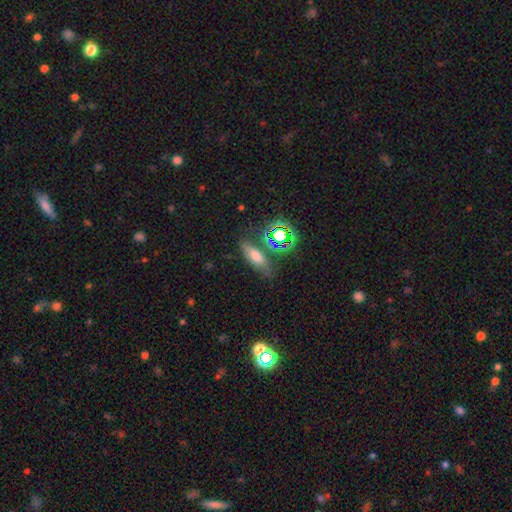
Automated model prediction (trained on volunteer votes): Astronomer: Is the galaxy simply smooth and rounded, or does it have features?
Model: smooth — 61%.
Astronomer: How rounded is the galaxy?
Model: in between — 58%.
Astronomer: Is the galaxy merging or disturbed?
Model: none — 70%.